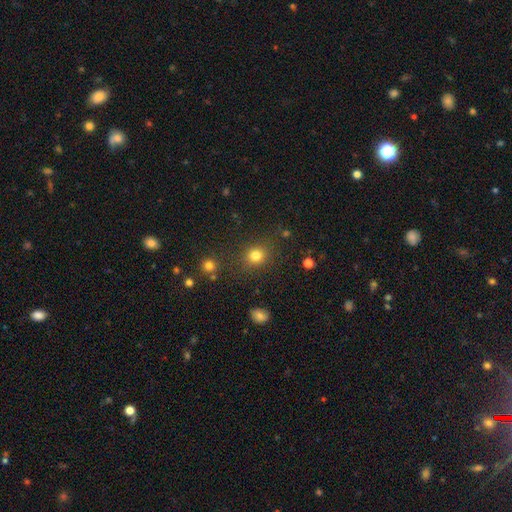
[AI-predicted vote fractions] smooth-or-featured: smooth: 81% | star or artifact: 14% | featured or disk: 5%
  how-rounded: round: 79% | in between: 20% | cigar-shaped: 1%
  merging: none: 84% | minor disturbance: 9% | major disturbance: 4% | merger: 3%